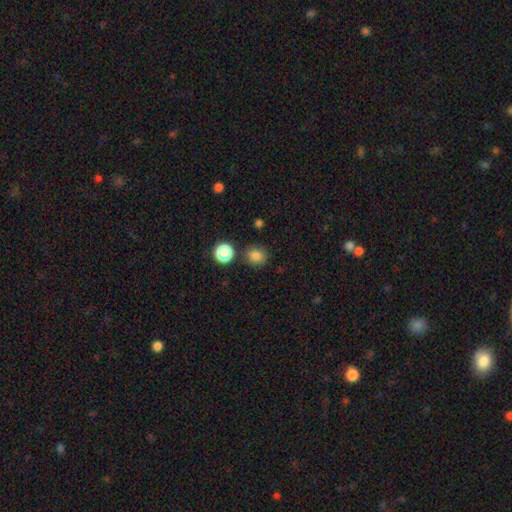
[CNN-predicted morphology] Smooth or featured: smooth — 81% (star or artifact — 14%)
How rounded: round — 80% (in between — 19%)
Merging: none — 82% (minor disturbance — 10%)